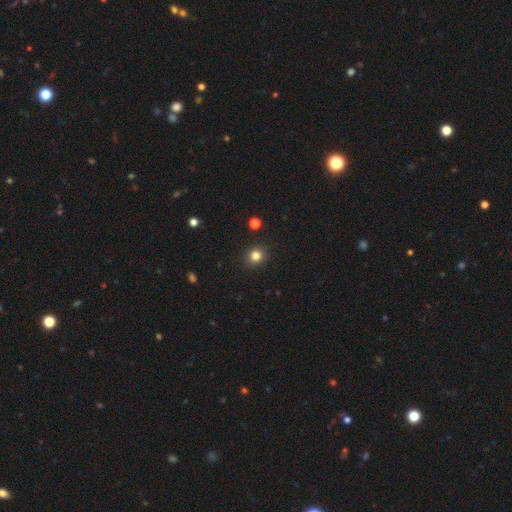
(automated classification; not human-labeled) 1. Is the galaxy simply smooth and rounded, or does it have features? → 82% smooth, 13% star or artifact, 5% featured or disk.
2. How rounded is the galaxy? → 83% round, 16% in between, 1% cigar-shaped.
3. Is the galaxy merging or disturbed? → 91% none, 6% minor disturbance, 2% major disturbance, 1% merger.